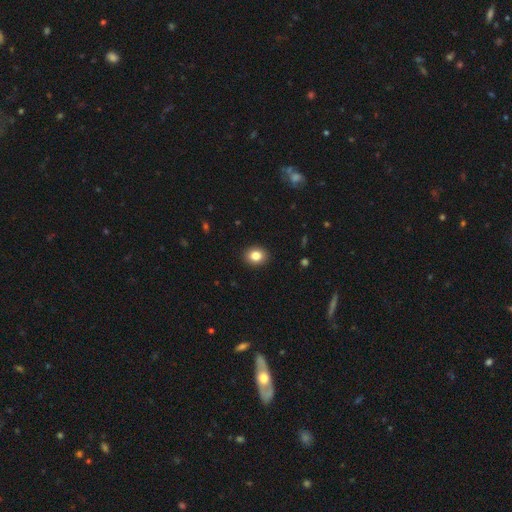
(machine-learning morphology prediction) A smooth galaxy with no disk features (84%) that is round (59%). Merging: none (91%).